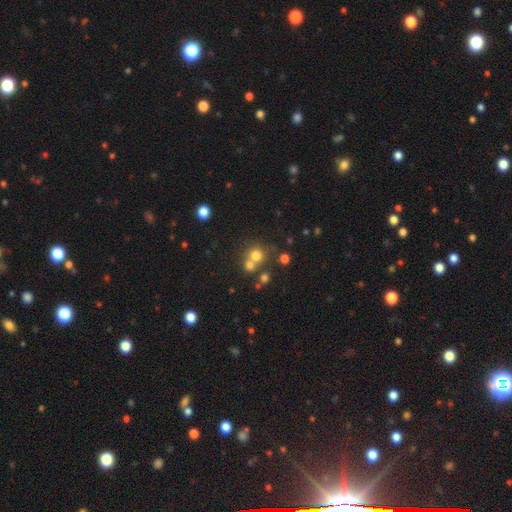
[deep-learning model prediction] Smooth or featured?
  - smooth: 70% *
  - star or artifact: 18%
  - featured or disk: 13%
How rounded?
  - round: 87% *
  - in between: 12%
  - cigar-shaped: 1%
Merging?
  - none: 51% *
  - merger: 39%
  - minor disturbance: 7%
  - major disturbance: 3%